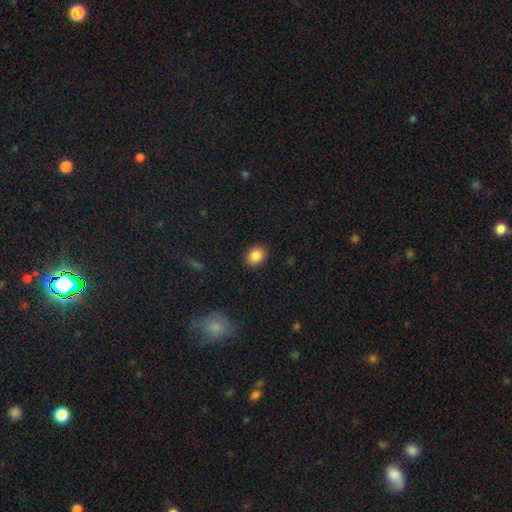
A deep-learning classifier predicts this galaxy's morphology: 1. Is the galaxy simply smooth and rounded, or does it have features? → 86% smooth, 9% star or artifact, 5% featured or disk.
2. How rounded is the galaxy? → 51% in between, 48% round, 1% cigar-shaped.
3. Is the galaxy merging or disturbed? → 89% none, 7% minor disturbance, 2% major disturbance, 1% merger.